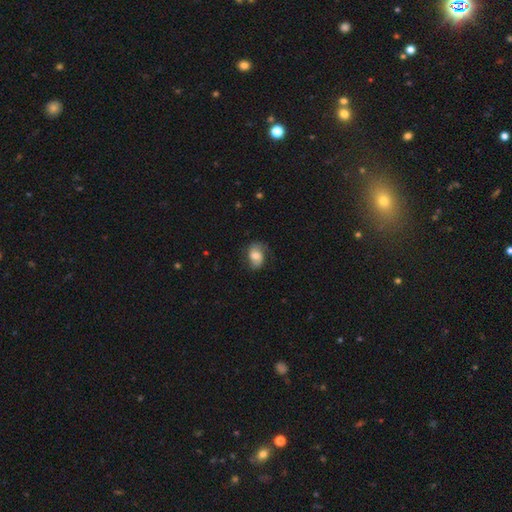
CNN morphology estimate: type=smooth (56%); roundness=in between (72%); merging=none (57%).